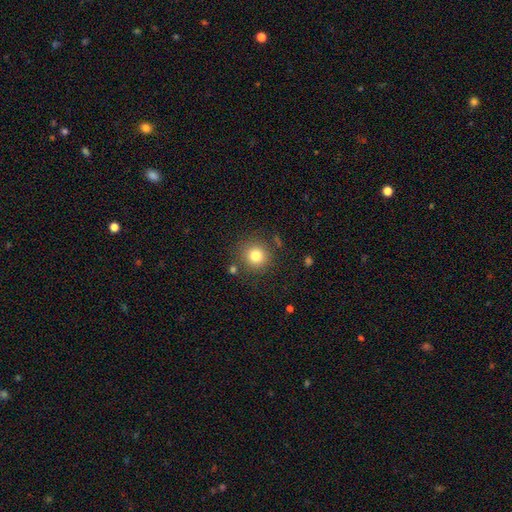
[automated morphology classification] smooth_or_featured: smooth (p=0.80) [alt: star or artifact p=0.12]
how_rounded: round (p=0.93) [alt: in between p=0.06]
merging: none (p=0.83) [alt: minor disturbance p=0.09]